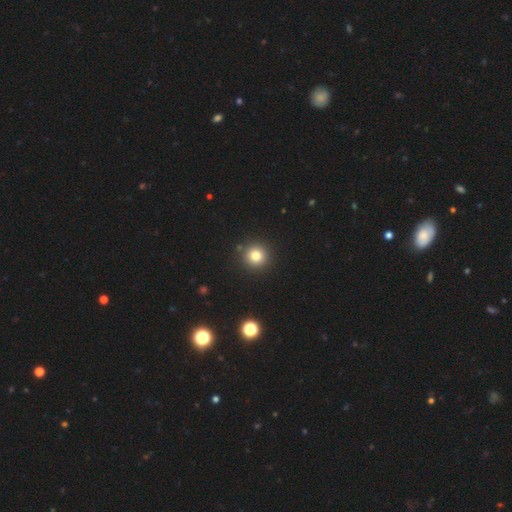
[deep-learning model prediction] This appears to be a smooth galaxy with no disk features (79%) that is round (95%). Merging: none (90%).